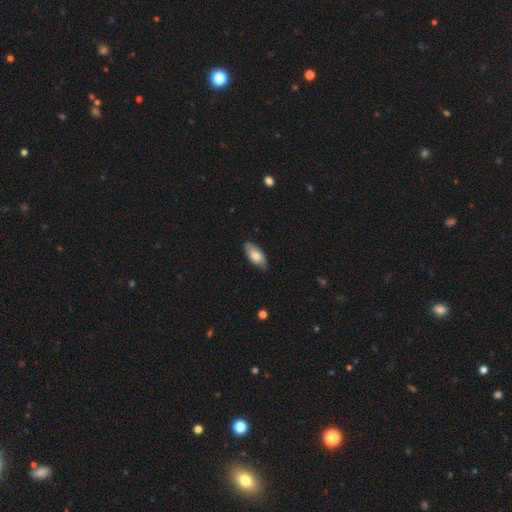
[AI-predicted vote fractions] Smooth or featured? smooth (74%)
How rounded? in between (87%)
Merging? none (77%)